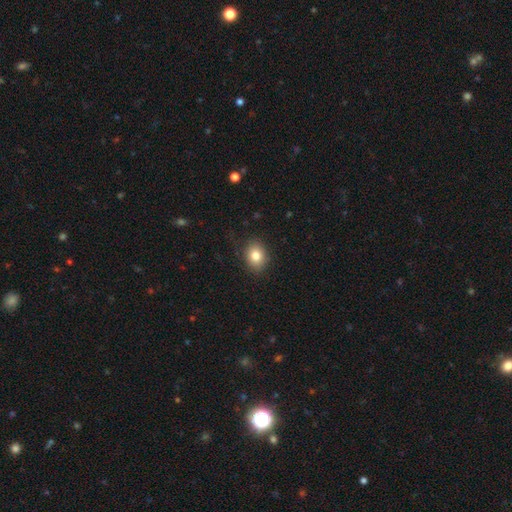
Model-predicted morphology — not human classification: This appears to be a smooth galaxy with no disk features (82%) that is round (50%). Merging: none (84%).